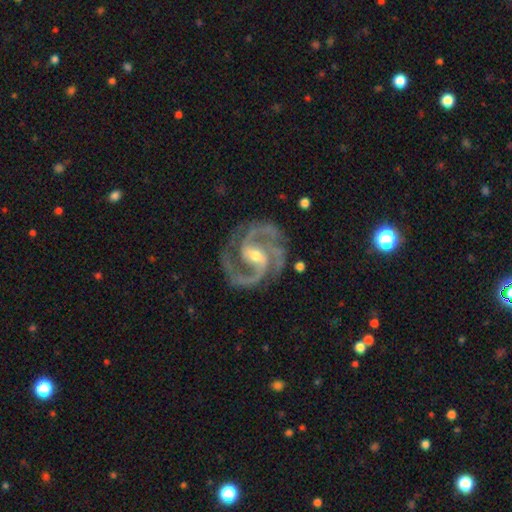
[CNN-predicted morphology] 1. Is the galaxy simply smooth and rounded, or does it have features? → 94% featured or disk, 4% star or artifact, 2% smooth.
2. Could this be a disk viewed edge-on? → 98% no, 2% yes.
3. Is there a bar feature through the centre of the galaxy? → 46% weak, 29% strong, 25% no.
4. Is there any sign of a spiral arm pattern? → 99% yes, 1% no.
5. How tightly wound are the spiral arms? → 58% medium, 34% tight, 8% loose.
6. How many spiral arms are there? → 51% 2, 34% 3, 5% can't tell, 4% 4, 3% 1, 3% more than 4.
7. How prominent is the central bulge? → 53% moderate, 44% small, 2% large, 1% none, 1% dominant.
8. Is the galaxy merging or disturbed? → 77% none, 15% minor disturbance, 7% major disturbance, 2% merger.